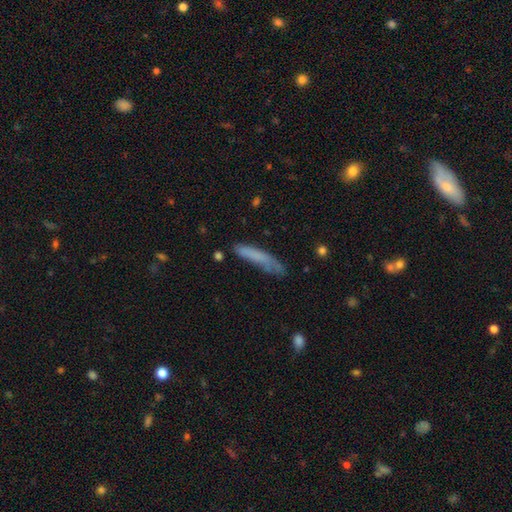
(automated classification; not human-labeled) A smooth galaxy with no disk features (70%) that is cigar-shaped (90%). Merging: none (59%).